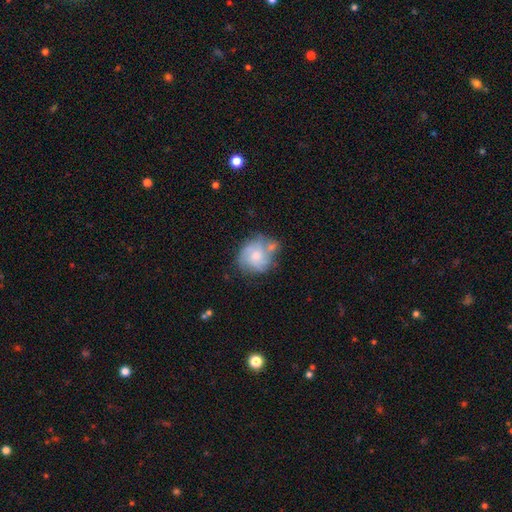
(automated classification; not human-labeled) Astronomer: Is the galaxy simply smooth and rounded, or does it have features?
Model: smooth — 48% (runner-up: featured or disk, 44%).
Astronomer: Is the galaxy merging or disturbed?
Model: none — 47% (runner-up: minor disturbance, 25%).